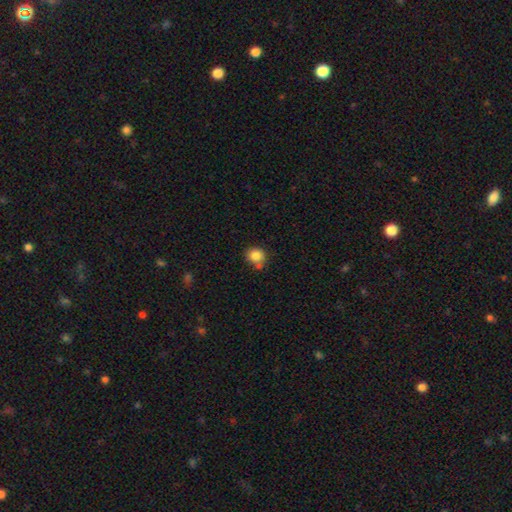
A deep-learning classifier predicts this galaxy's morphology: smooth_or_featured: smooth (p=0.85) [alt: star or artifact p=0.10]
how_rounded: round (p=0.83) [alt: in between p=0.16]
merging: none (p=0.66) [alt: merger p=0.16]